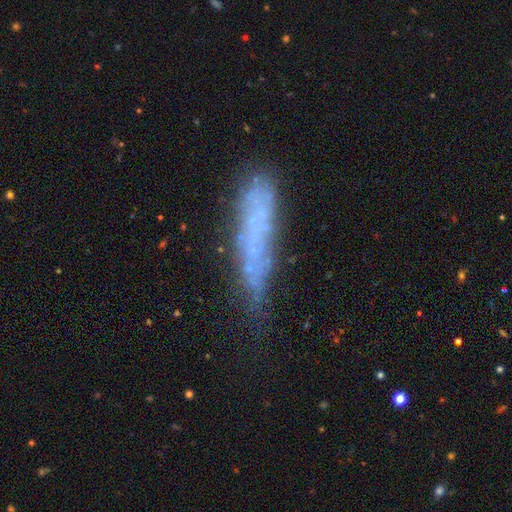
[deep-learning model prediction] smooth-or-featured: featured or disk: 48% | smooth: 37% | star or artifact: 15%
  merging: none: 58% | minor disturbance: 22% | major disturbance: 12% | merger: 8%